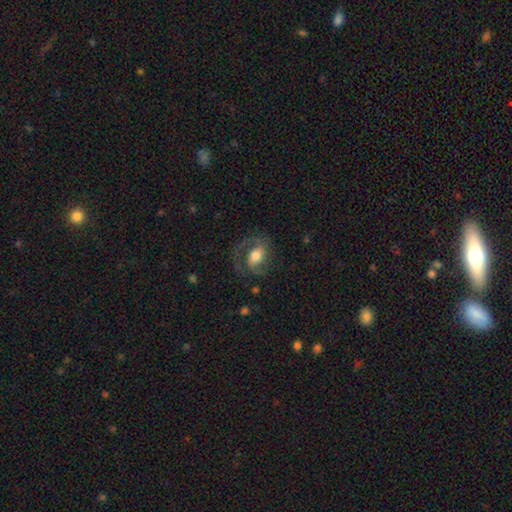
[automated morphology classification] Smooth or featured: featured or disk — 64% (smooth — 28%)
Edge-on disk: no — 96% (yes — 4%)
Bar: no — 39% (tied with weak — 39%)
Spiral arms: yes — 85% (no — 15%)
Spiral winding: medium — 50% (loose — 27%)
Spiral arm count: 2 — 75% (1 — 14%)
Bulge size: moderate — 54% (large — 31%)
Merging: none — 60% (major disturbance — 20%)